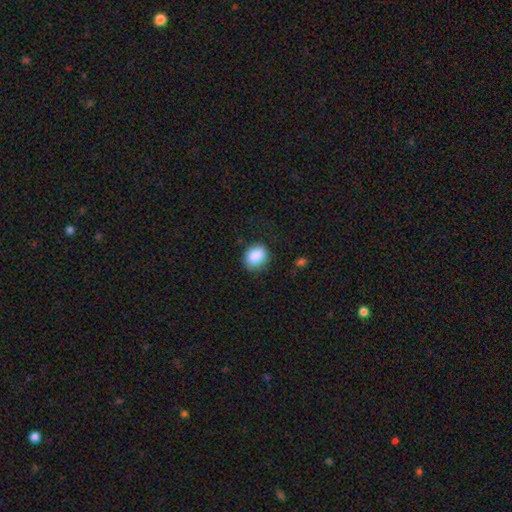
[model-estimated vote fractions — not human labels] Smooth or featured?
  - smooth: 87% *
  - star or artifact: 8%
  - featured or disk: 5%
How rounded?
  - round: 60% *
  - in between: 39%
  - cigar-shaped: 1%
Merging?
  - none: 79% *
  - minor disturbance: 16%
  - major disturbance: 4%
  - merger: 1%